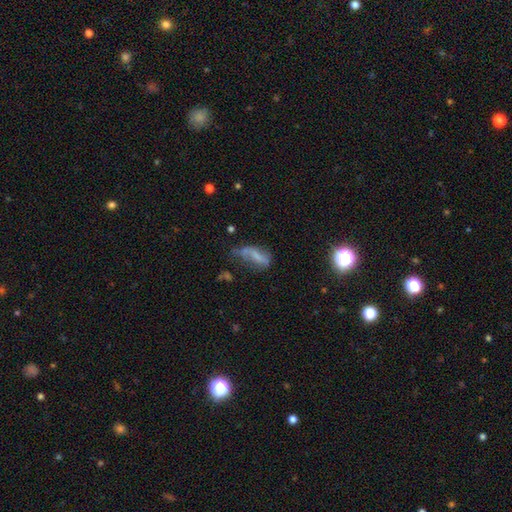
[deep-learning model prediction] Smooth or featured? Predicted: smooth (p=0.50). How rounded? Predicted: in between (p=0.66). Merging? Predicted: major disturbance (p=0.31, tied with none).